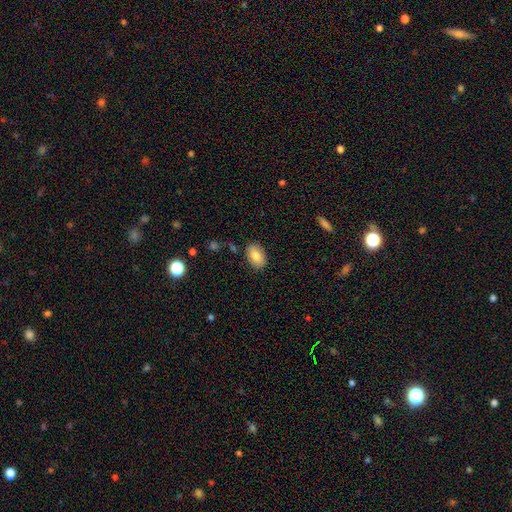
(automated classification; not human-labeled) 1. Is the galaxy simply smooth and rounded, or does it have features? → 78% smooth, 14% featured or disk, 7% star or artifact.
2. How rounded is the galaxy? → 88% in between, 11% round, 1% cigar-shaped.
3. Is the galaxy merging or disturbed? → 85% none, 11% minor disturbance, 2% major disturbance, 2% merger.